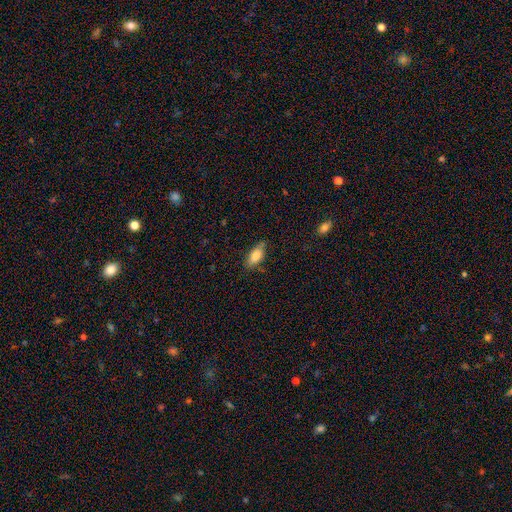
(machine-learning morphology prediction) smooth 83%, featured or disk 10%, star or artifact 7%. Down the decision tree: how rounded — in between (83%); merging — none (75%).